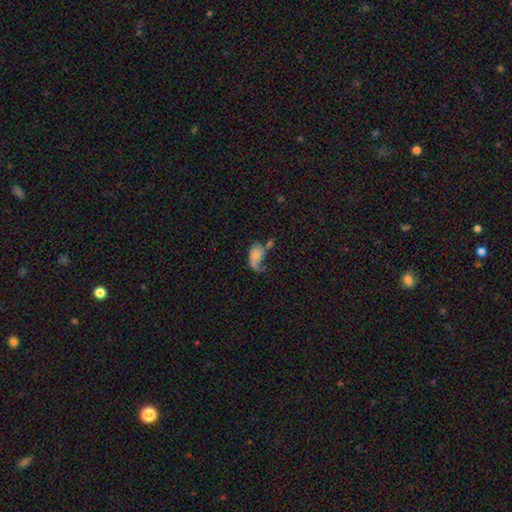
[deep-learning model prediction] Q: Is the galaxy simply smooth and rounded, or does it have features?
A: smooth — 49%.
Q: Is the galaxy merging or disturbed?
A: major disturbance — 38%.